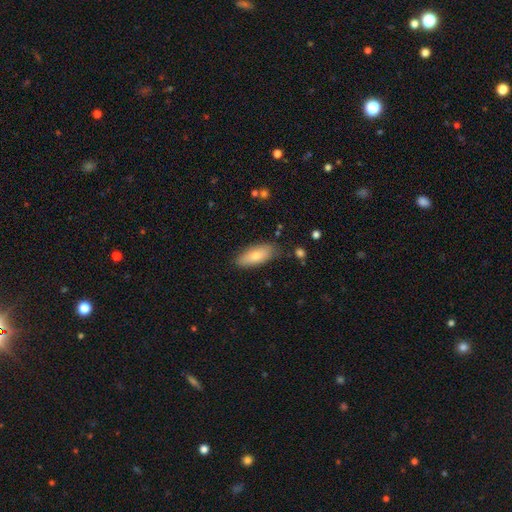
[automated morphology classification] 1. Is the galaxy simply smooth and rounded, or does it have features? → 74% smooth, 19% featured or disk, 7% star or artifact.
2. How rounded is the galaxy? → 79% in between, 19% cigar-shaped, 3% round.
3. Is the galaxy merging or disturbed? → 80% none, 15% minor disturbance, 3% major disturbance, 2% merger.